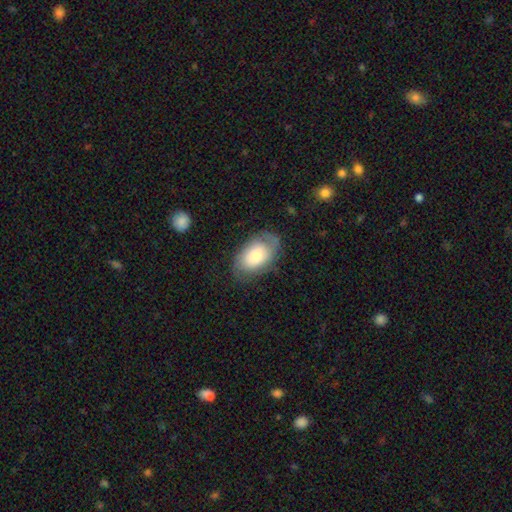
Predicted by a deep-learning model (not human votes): The model was most divided on "smooth or featured": smooth: 60%, featured or disk: 33%, star or artifact: 7%. More confident: how rounded — in between (91%); merging — none (67%).